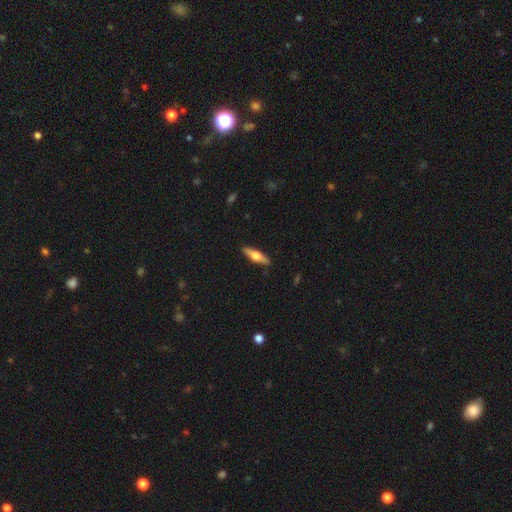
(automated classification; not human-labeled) This is possibly a smooth galaxy (49%). Merging: clearly none (90%).